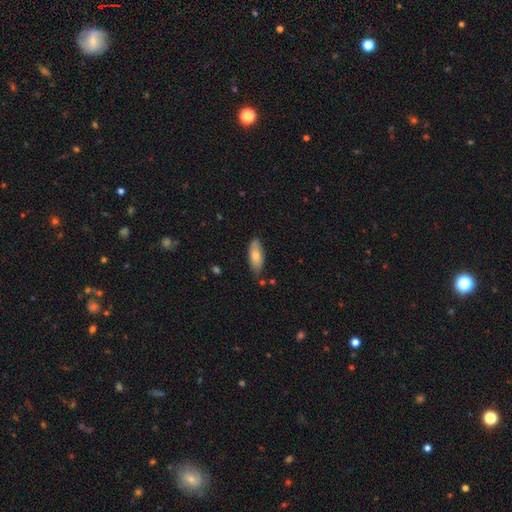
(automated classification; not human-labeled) smooth-or-featured: smooth: 75% | featured or disk: 19% | star or artifact: 6%
  how-rounded: in between: 78% | cigar-shaped: 20% | round: 2%
  merging: none: 74% | minor disturbance: 20% | merger: 3% | major disturbance: 3%